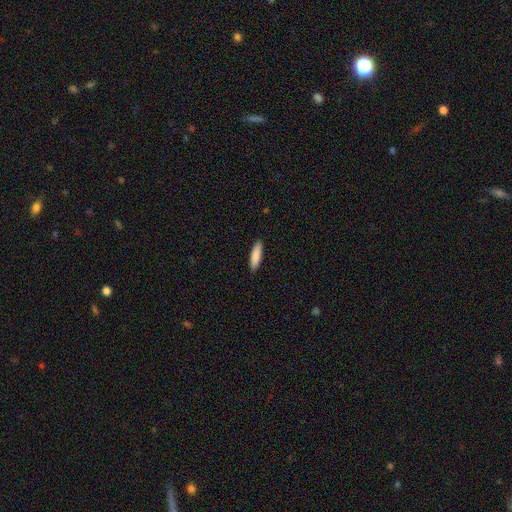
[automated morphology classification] Smooth or featured? smooth (87%)
How rounded? cigar-shaped (68%)
Merging? none (90%)